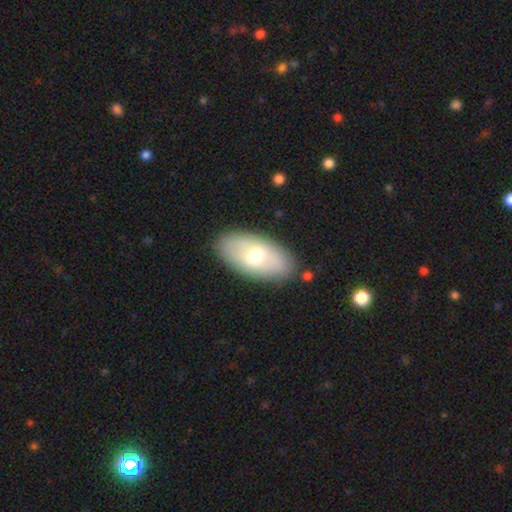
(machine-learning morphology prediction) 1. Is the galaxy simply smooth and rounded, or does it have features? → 60% smooth, 34% featured or disk, 7% star or artifact.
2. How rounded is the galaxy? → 92% in between, 5% round, 3% cigar-shaped.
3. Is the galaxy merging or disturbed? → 85% none, 10% minor disturbance, 3% major disturbance, 2% merger.